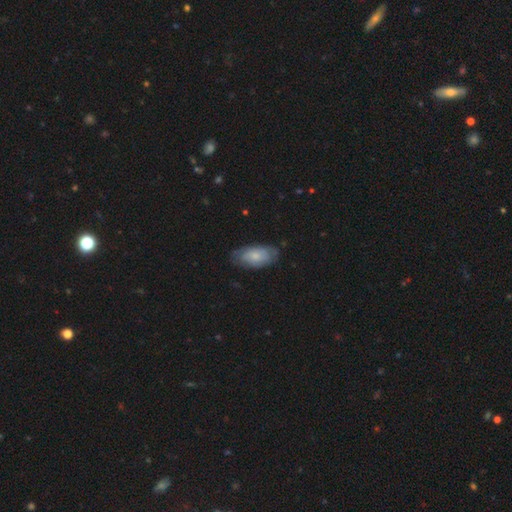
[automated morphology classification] Overall: smooth (63%; featured or disk 31%). How rounded: in between (92%). Merging: none (69%).